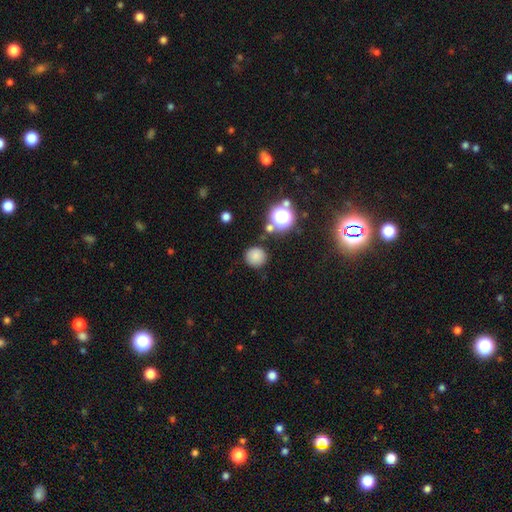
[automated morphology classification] A smooth galaxy with no disk features (80%) that is round (93%). Merging: none (84%).